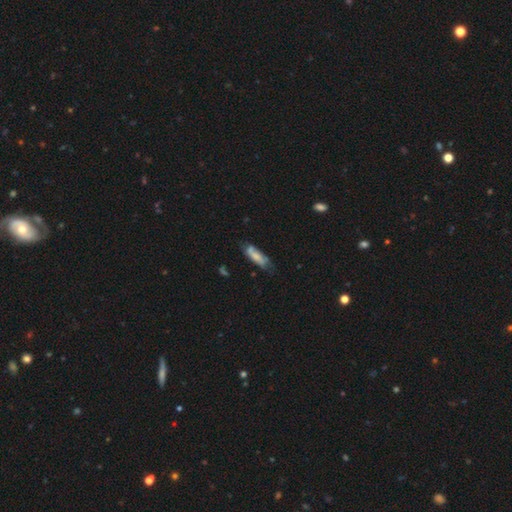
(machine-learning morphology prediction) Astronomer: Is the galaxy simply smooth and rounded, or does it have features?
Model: smooth — 63%.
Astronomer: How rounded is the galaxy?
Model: in between — 50% (runner-up: cigar-shaped, 49%).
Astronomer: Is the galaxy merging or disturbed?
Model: none — 53% (runner-up: minor disturbance, 30%).